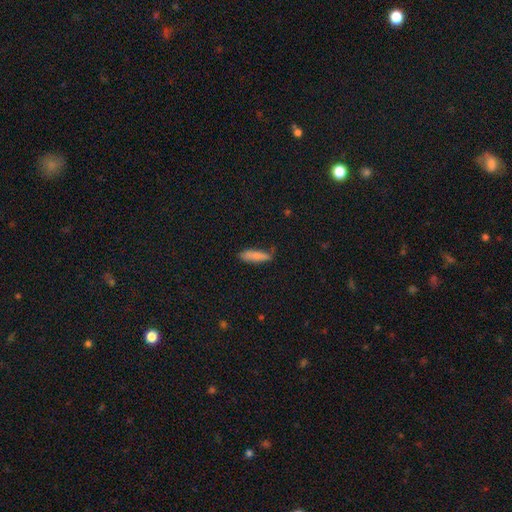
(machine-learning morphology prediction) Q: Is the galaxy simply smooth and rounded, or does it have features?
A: smooth — 83%.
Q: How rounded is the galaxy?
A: cigar-shaped — 66%.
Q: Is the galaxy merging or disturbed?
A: none — 75%.